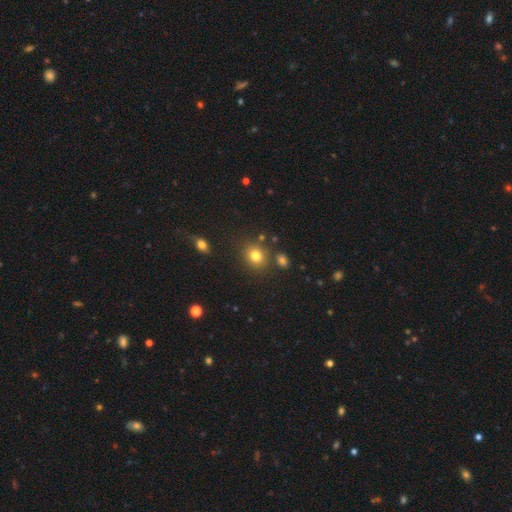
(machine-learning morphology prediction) smooth_or_featured: smooth (p=0.79) [alt: star or artifact p=0.13]
how_rounded: round (p=0.69) [alt: in between p=0.30]
merging: none (p=0.80) [alt: minor disturbance p=0.10]